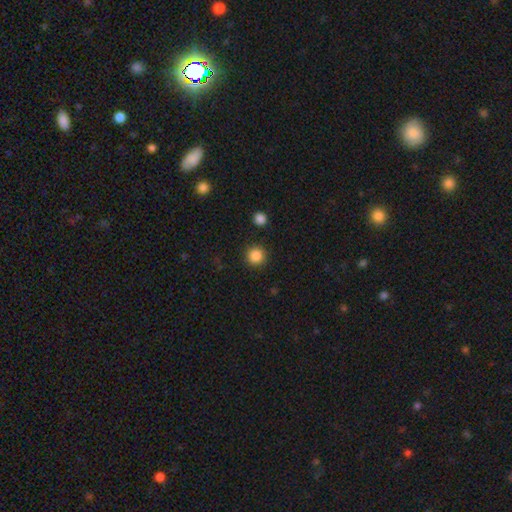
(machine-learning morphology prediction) smooth_or_featured: smooth (p=0.87) [alt: star or artifact p=0.10]
how_rounded: round (p=0.95) [alt: in between p=0.04]
merging: none (p=0.90) [alt: minor disturbance p=0.05]